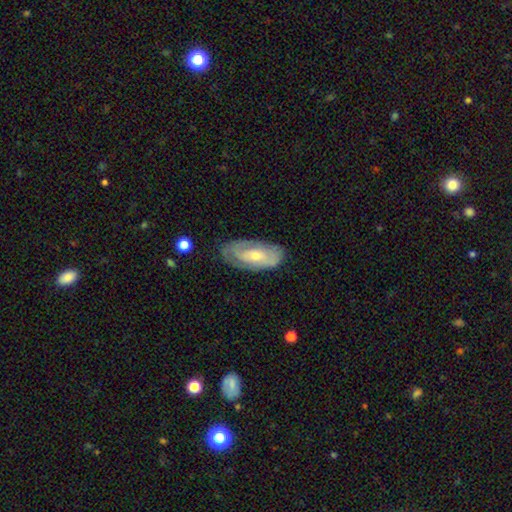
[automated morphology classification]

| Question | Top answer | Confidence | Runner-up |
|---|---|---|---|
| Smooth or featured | featured or disk | 60% | smooth (34%) |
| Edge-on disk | no | 90% | yes (10%) |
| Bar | no | 61% | weak (30%) |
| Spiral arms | yes | 71% | no (29%) |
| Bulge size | small | 51% | moderate (44%) |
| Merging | none | 67% | minor disturbance (24%) |